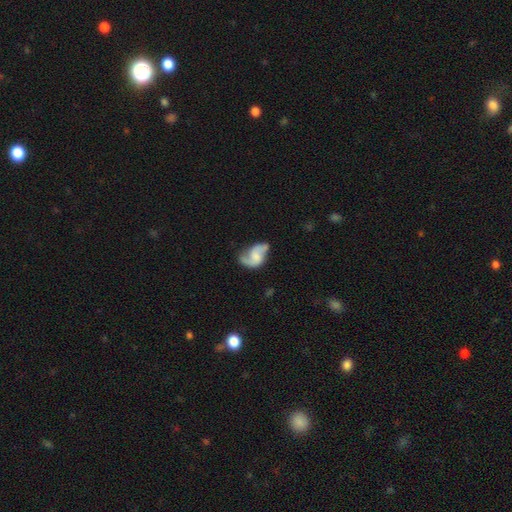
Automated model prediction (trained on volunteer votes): This is likely a featured or disk galaxy (73%). It is clearly not viewed edge-on (98%). Bar: possibly no (55%). Spiral arm pattern: clearly yes (91%). Spiral arm count: clearly 2 (84%). Spiral winding: possibly loose (52%). Central bulge: marginally none (37%). Merging: possibly none (47%).